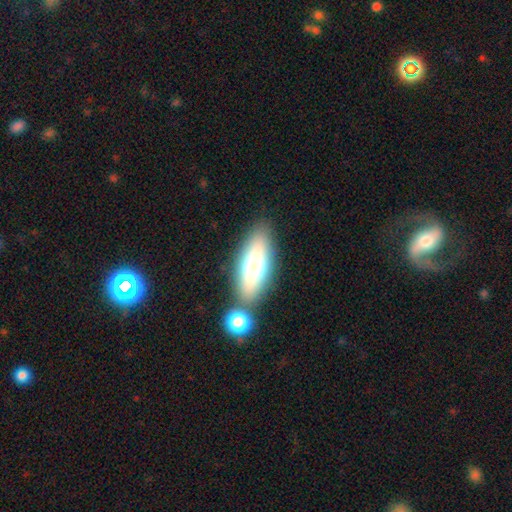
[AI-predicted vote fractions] This is likely a smooth galaxy (73%). How rounded: likely in between (72%). Merging: likely none (68%).